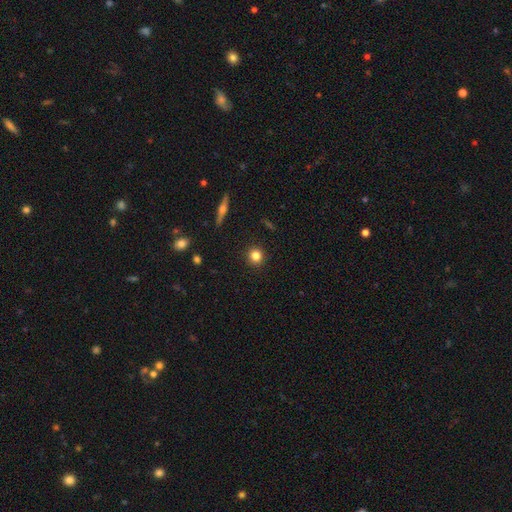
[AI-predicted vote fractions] A smooth galaxy with no disk features (81%) that is round (93%).

Vote fractions:
- Smooth or featured? smooth: 81% / star or artifact: 11% / featured or disk: 8%
- How rounded? round: 93% / in between: 6% / cigar-shaped: 1%
- Merging? none: 91% / minor disturbance: 6% / major disturbance: 2% / merger: 1%